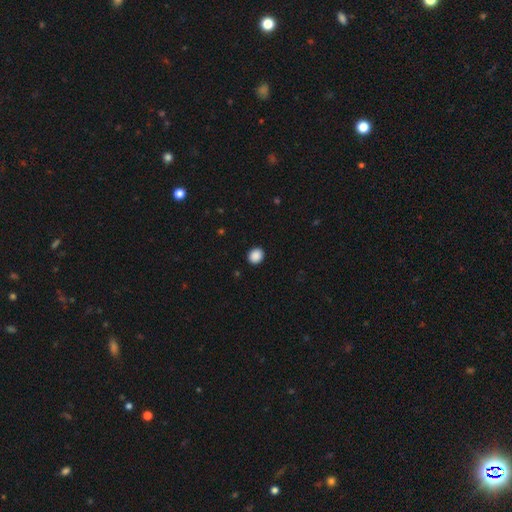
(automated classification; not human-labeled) The model was most divided on "how rounded": round: 72%, in between: 27%, cigar-shaped: 1%. More confident: merging — none (92%); smooth or featured — smooth (89%).